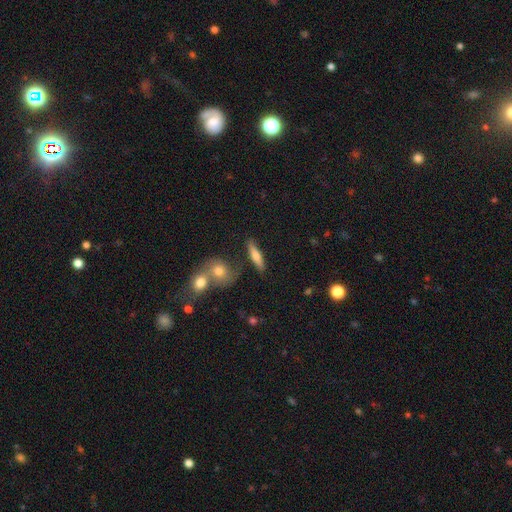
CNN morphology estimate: Overall: smooth (60%; featured or disk 33%). How rounded: cigar-shaped (76%). Merging: none (75%).